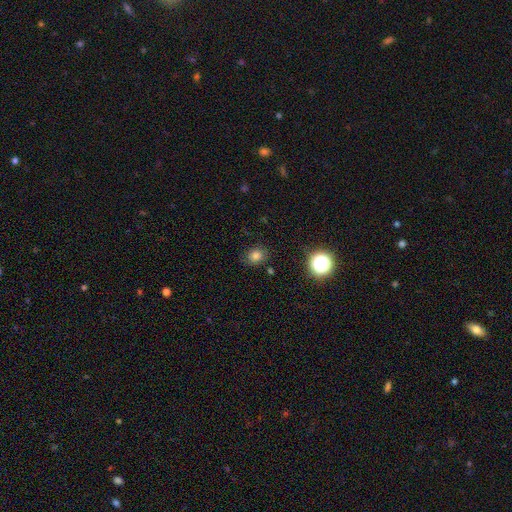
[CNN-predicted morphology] type=smooth (78%); roundness=round (70%); merging=none (84%).